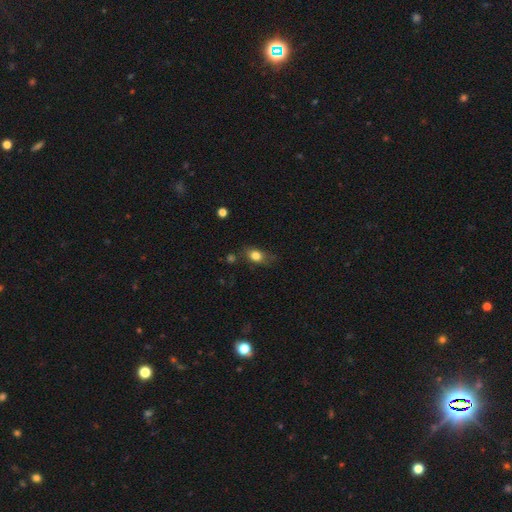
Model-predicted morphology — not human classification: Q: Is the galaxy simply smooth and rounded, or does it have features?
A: smooth — 79%.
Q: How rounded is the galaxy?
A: in between — 66%.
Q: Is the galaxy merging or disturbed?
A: none — 62%.